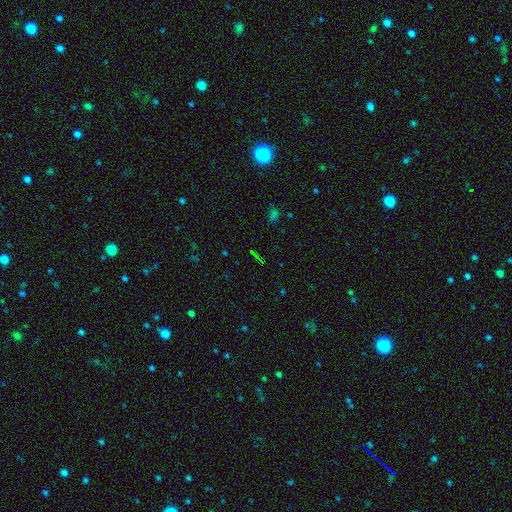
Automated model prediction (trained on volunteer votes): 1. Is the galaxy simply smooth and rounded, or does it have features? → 72% star or artifact, 16% smooth, 12% featured or disk.